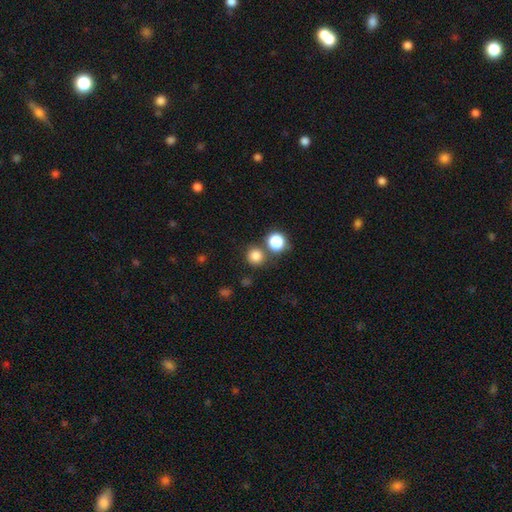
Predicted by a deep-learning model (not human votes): Overall: smooth (80%). How rounded: round (92%). Merging: none (75%).